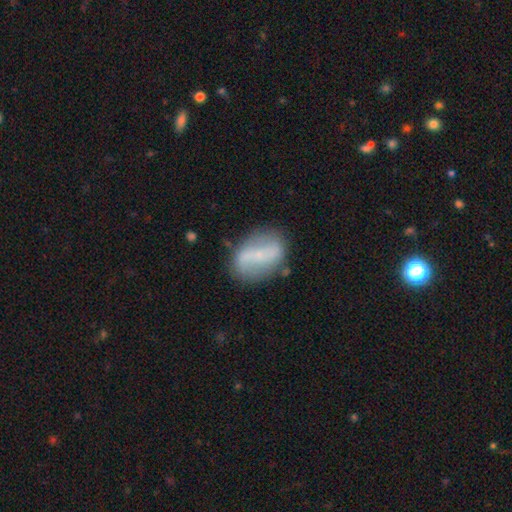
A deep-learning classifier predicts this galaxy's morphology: This appears to be a featured or disk galaxy (60%) with a strong bar (41%), spiral arms (68%) and a small central bulge (64%). Merging: none (72%).